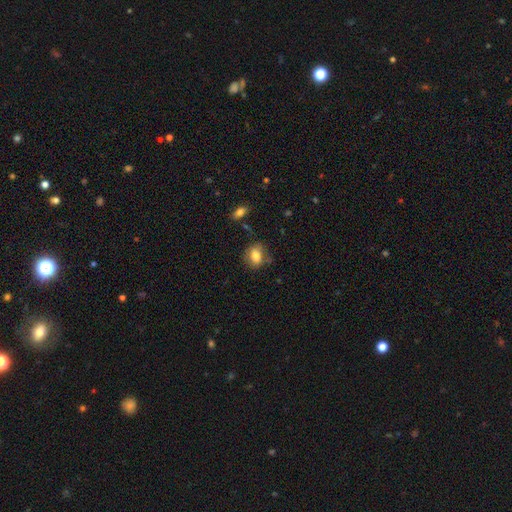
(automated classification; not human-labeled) Q: Smooth or featured?
A: smooth (79%); runner-up: featured or disk (12%)
Q: How rounded?
A: in between (59%); runner-up: round (39%)
Q: Merging?
A: none (71%); runner-up: minor disturbance (20%)